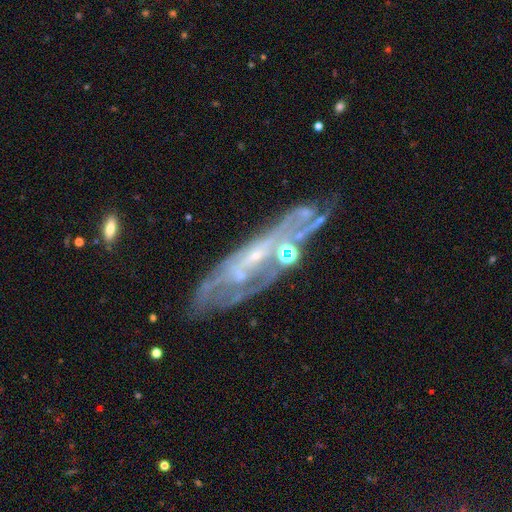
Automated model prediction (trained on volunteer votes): Smooth or featured: featured or disk — 78% (smooth — 12%)
Edge-on disk: no — 70% (yes — 30%)
Bar: no — 59% (weak — 29%)
Spiral arms: yes — 74% (no — 26%)
Bulge size: small — 71% (moderate — 18%)
Merging: none — 64% (minor disturbance — 18%)